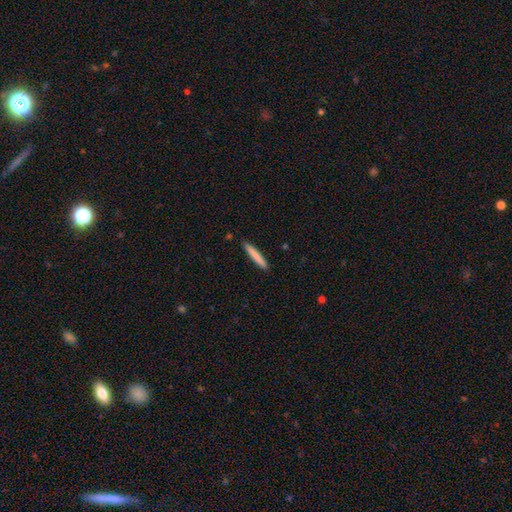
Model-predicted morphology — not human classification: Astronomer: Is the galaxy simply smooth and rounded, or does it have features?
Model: smooth — 79%.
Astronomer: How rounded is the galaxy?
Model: cigar-shaped — 95%.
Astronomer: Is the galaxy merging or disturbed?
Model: none — 90%.